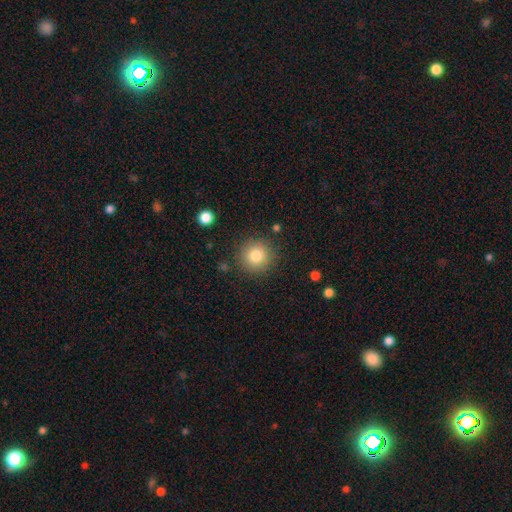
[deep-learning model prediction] This appears to be a smooth galaxy with no disk features (80%) that is round (95%). Merging: none (88%).